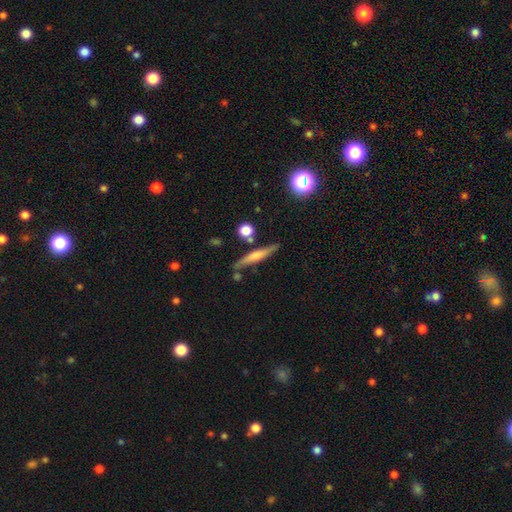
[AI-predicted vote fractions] Smooth or featured?
  - smooth: 50% *
  - featured or disk: 43%
  - star or artifact: 7%
How rounded?
  - cigar-shaped: 88% *
  - in between: 9%
  - round: 3%
Merging?
  - none: 76% *
  - minor disturbance: 13%
  - merger: 7%
  - major disturbance: 3%